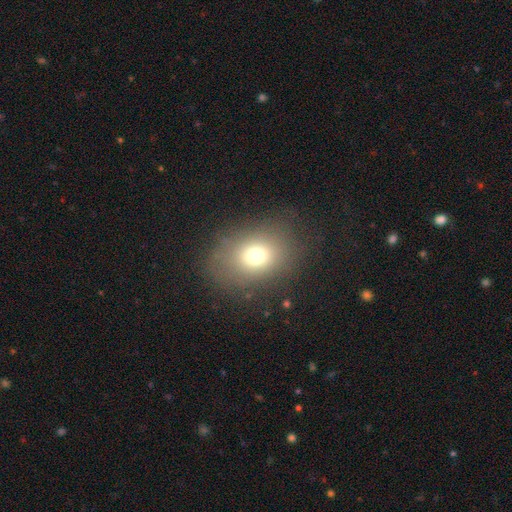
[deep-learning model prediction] This appears to be a smooth galaxy with no disk features (71%) that is in between round and cigar-shaped (56%). Merging: none (76%).